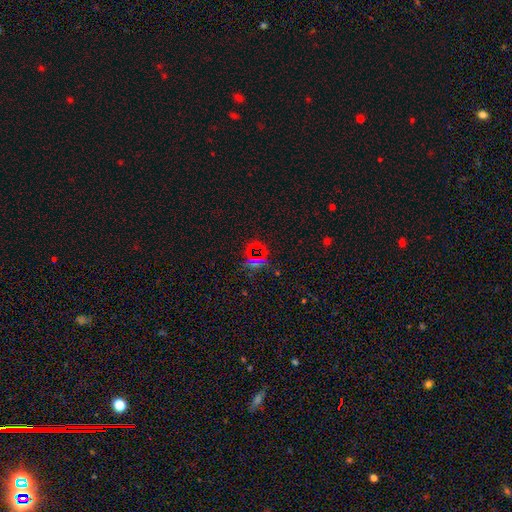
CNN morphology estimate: Smooth or featured: star or artifact — 56% (smooth — 35%)